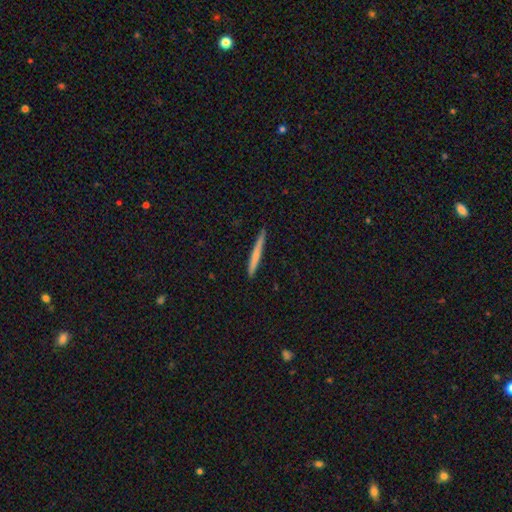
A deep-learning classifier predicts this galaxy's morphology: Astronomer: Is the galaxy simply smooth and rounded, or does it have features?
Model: smooth — 62%.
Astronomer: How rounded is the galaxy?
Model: cigar-shaped — 97%.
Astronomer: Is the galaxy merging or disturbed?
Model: none — 90%.